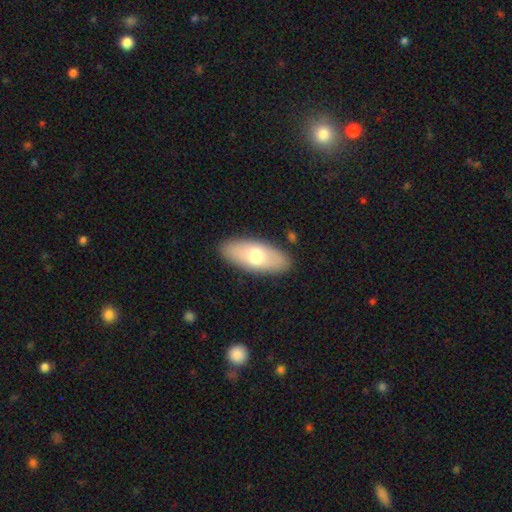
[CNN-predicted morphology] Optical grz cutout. It shows a smooth galaxy with no disk features (64%) that is in between round and cigar-shaped (87%). Merging: none (87%).